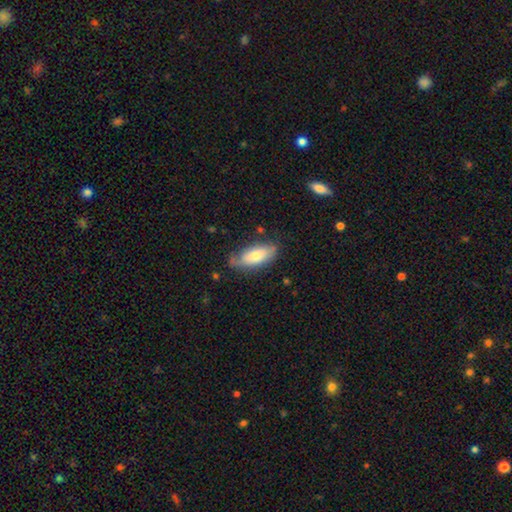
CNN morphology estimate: A smooth galaxy with no disk features (69%) that is in between round and cigar-shaped (84%). Merging: none (66%).